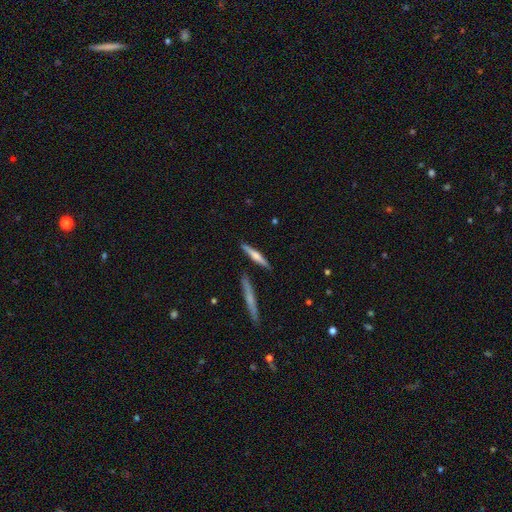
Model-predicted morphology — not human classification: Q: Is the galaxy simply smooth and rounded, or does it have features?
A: featured or disk — 49%.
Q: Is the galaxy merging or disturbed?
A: none — 84%.